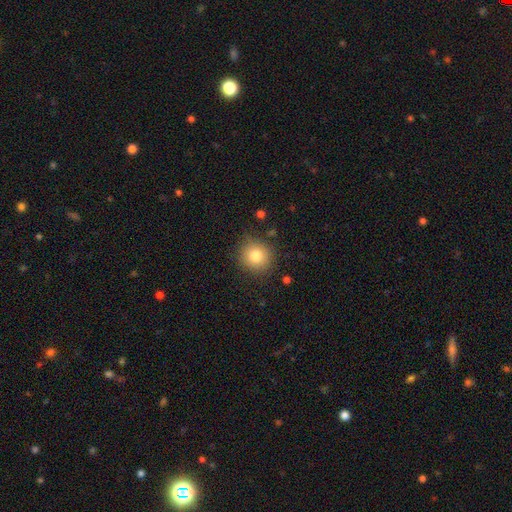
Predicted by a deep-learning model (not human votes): This appears to be a smooth galaxy with no disk features (80%) that is round (91%). Merging: none (86%).